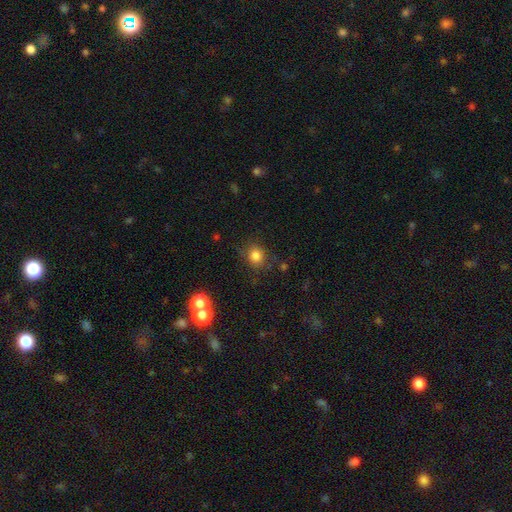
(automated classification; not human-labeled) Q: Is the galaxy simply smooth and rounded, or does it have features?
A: smooth — 81%.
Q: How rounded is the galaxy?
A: round — 78%.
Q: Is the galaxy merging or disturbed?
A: none — 79%.